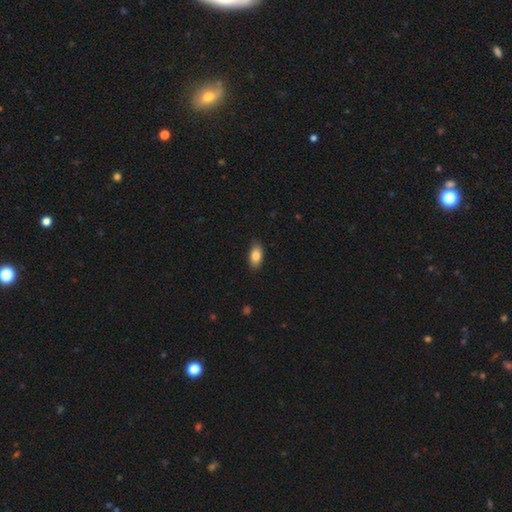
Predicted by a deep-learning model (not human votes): Q: Smooth or featured?
A: smooth (85%); runner-up: featured or disk (8%)
Q: How rounded?
A: in between (91%); runner-up: cigar-shaped (6%)
Q: Merging?
A: none (86%); runner-up: minor disturbance (11%)